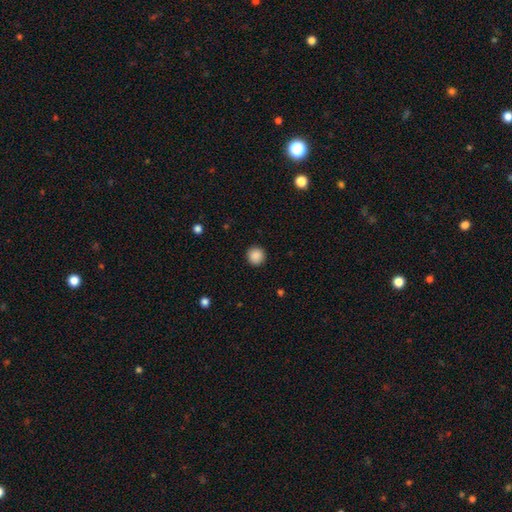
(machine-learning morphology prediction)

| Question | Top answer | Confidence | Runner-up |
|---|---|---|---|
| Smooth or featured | smooth | 88% | star or artifact (9%) |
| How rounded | round | 94% | in between (5%) |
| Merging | none | 92% | minor disturbance (5%) |